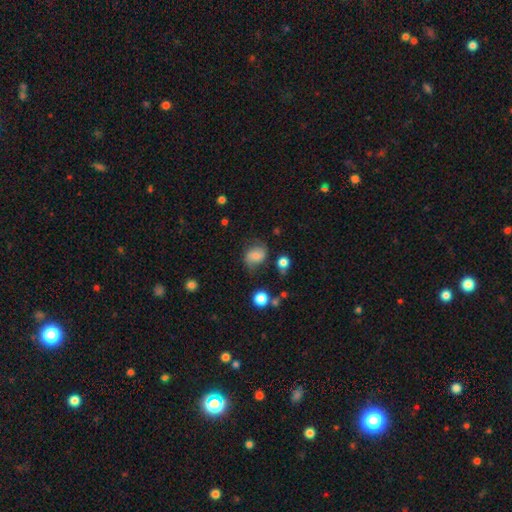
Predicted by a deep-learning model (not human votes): Smooth or featured?
  - smooth: 64% *
  - featured or disk: 25%
  - star or artifact: 11%
How rounded?
  - in between: 54% *
  - round: 45%
  - cigar-shaped: 1%
Merging?
  - none: 63% *
  - minor disturbance: 24%
  - major disturbance: 10%
  - merger: 4%